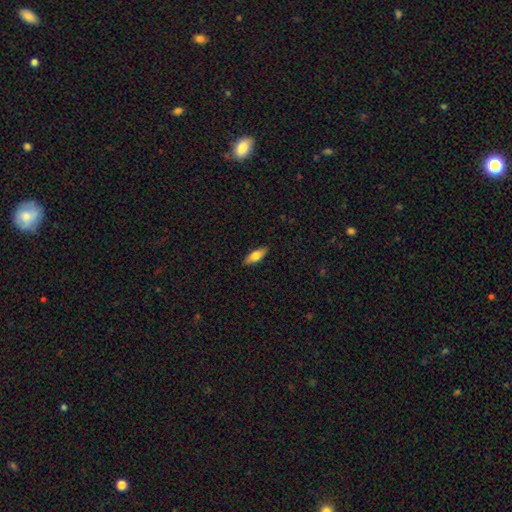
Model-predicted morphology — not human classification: A smooth galaxy with no disk features (69%) that is in between round and cigar-shaped (68%).

Vote fractions:
- Smooth or featured? smooth: 69% / featured or disk: 24% / star or artifact: 6%
- How rounded? in between: 68% / cigar-shaped: 29% / round: 3%
- Merging? none: 88% / minor disturbance: 9% / major disturbance: 2% / merger: 1%